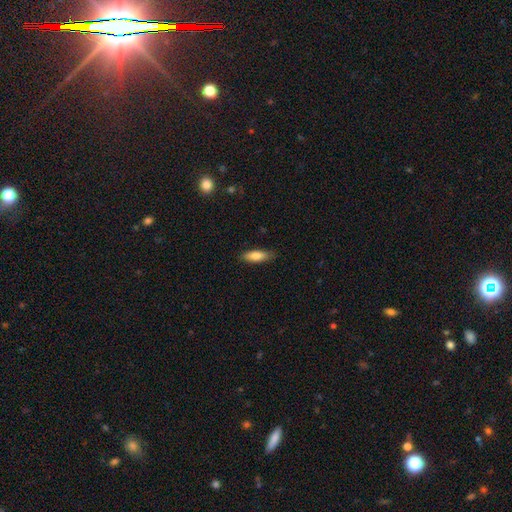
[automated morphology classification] Overall: smooth (78%). How rounded: in between (54%; cigar-shaped 44%). Merging: none (85%).